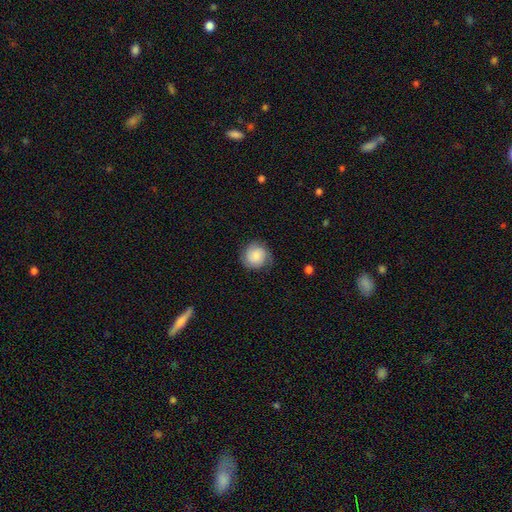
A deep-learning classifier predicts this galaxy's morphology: smooth 60%, featured or disk 32%, star or artifact 8%. Down the decision tree: how rounded — round (89%); merging — none (75%).